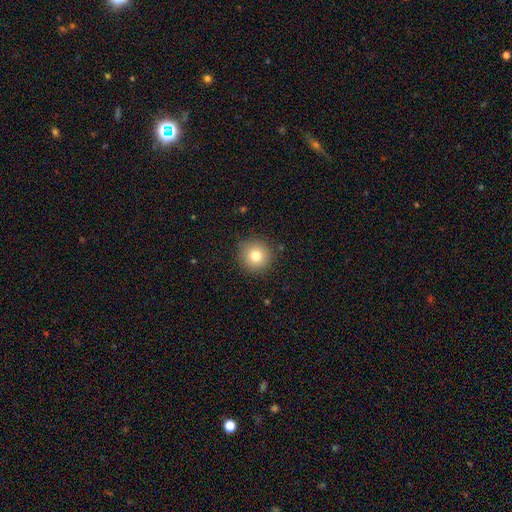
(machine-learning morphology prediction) Smooth or featured? smooth (79%)
How rounded? round (94%)
Merging? none (89%)